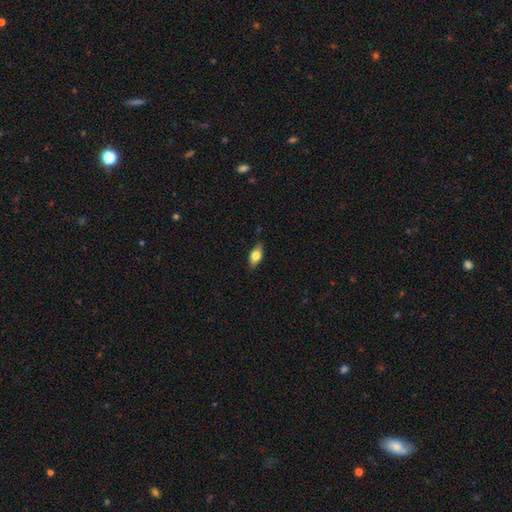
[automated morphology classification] A smooth galaxy with no disk features (73%) that is in between round and cigar-shaped (84%).

Vote fractions:
- Smooth or featured? smooth: 73% / featured or disk: 20% / star or artifact: 7%
- How rounded? in between: 84% / cigar-shaped: 11% / round: 5%
- Merging? none: 81% / minor disturbance: 15% / major disturbance: 3% / merger: 1%